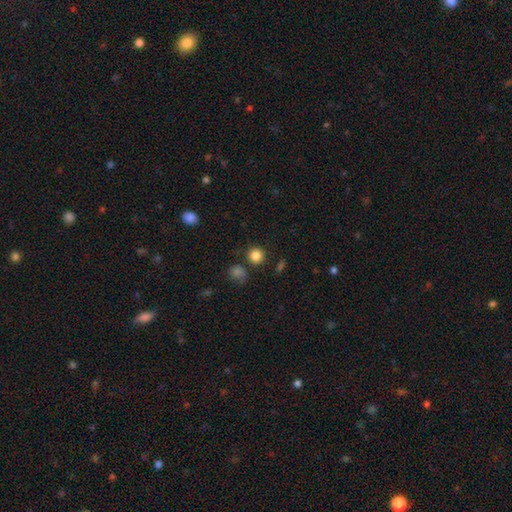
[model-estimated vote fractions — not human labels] smooth-or-featured: smooth: 84% | star or artifact: 12% | featured or disk: 4%
  how-rounded: round: 92% | in between: 7% | cigar-shaped: 1%
  merging: none: 83% | minor disturbance: 8% | merger: 6% | major disturbance: 3%